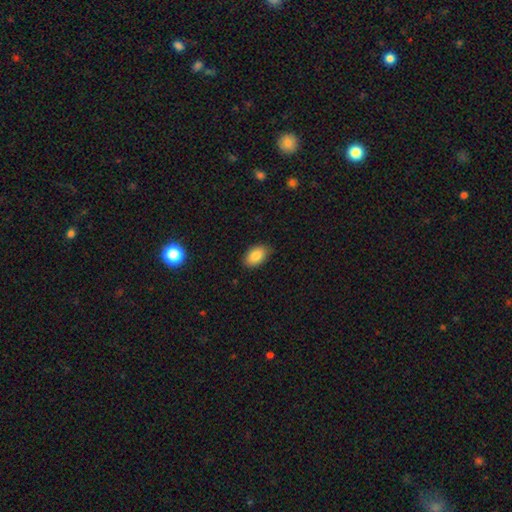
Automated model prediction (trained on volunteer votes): Morphology: type=smooth (84%); roundness=in between (91%); merging=none (82%).